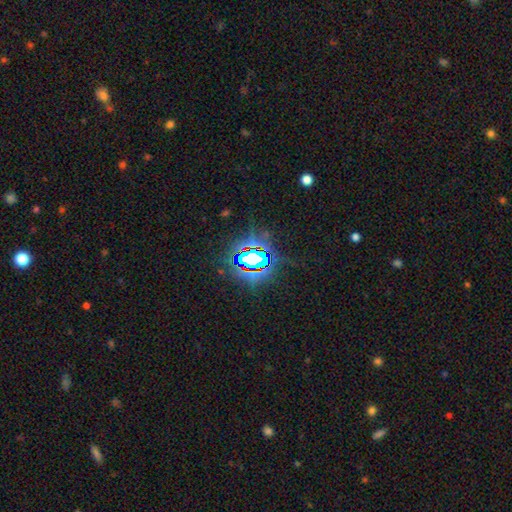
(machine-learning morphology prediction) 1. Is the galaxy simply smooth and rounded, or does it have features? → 77% star or artifact, 12% smooth, 11% featured or disk.